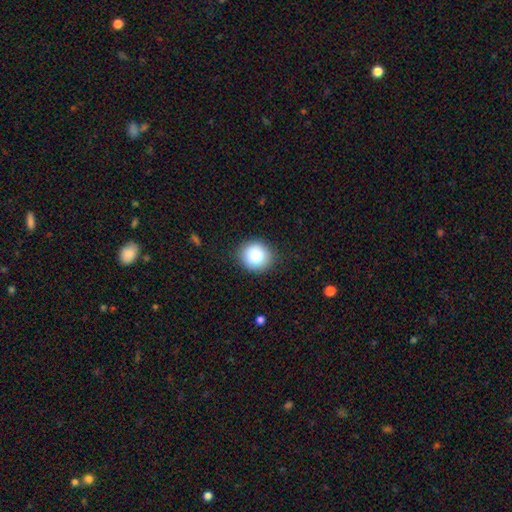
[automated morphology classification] A smooth galaxy with no disk features (83%) that is round (88%).

Vote fractions:
- Smooth or featured? smooth: 83% / star or artifact: 9% / featured or disk: 8%
- How rounded? round: 88% / in between: 11% / cigar-shaped: 1%
- Merging? none: 89% / minor disturbance: 7% / major disturbance: 2% / merger: 1%